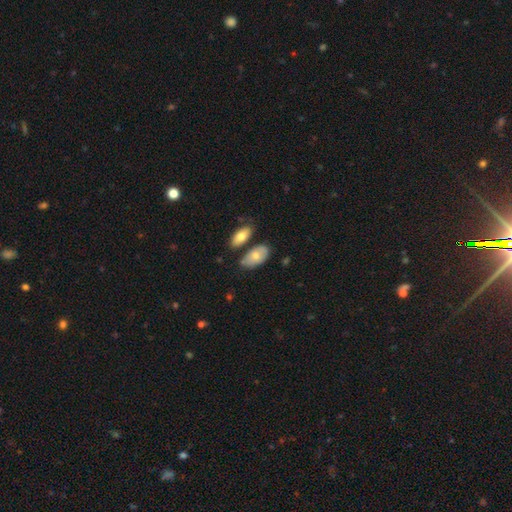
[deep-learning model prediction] Morphology: type=smooth (69%); roundness=in between (93%); merging=none (58%).